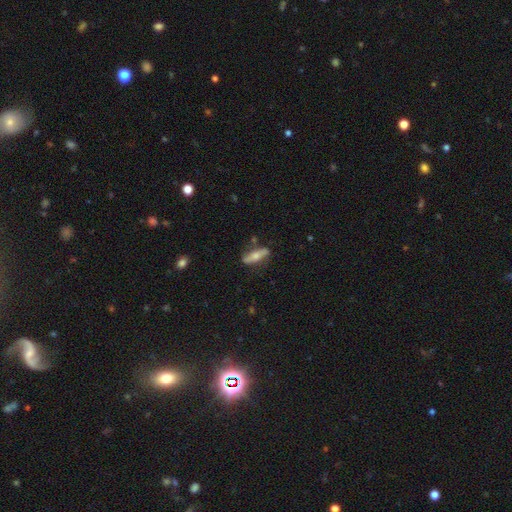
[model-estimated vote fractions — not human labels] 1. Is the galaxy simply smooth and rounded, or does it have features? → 50% smooth, 44% featured or disk, 6% star or artifact.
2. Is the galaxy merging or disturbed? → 78% none, 16% minor disturbance, 4% major disturbance, 3% merger.